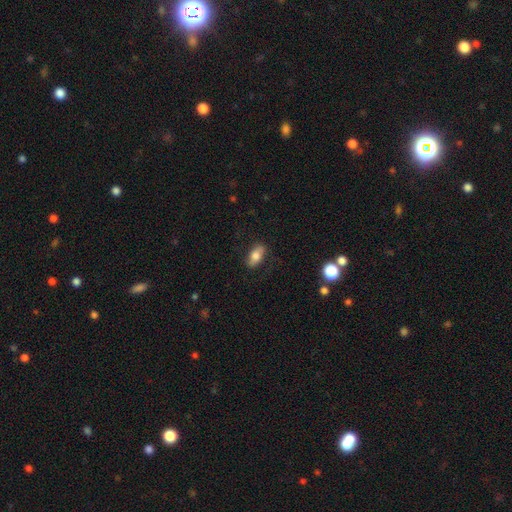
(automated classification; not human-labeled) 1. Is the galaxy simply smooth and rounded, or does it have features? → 73% smooth, 20% featured or disk, 7% star or artifact.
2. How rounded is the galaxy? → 85% in between, 10% cigar-shaped, 5% round.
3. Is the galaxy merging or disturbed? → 81% none, 14% minor disturbance, 4% major disturbance, 1% merger.